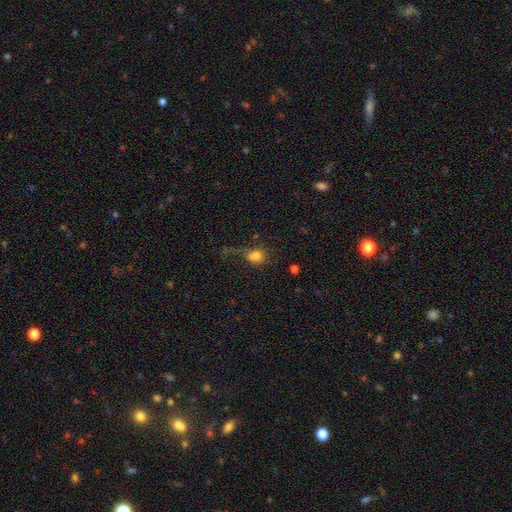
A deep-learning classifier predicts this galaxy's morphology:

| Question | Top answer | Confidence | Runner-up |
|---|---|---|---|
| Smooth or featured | smooth | 75% | star or artifact (14%) |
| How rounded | round | 59% | in between (39%) |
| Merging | none | 34% | major disturbance (32%) |